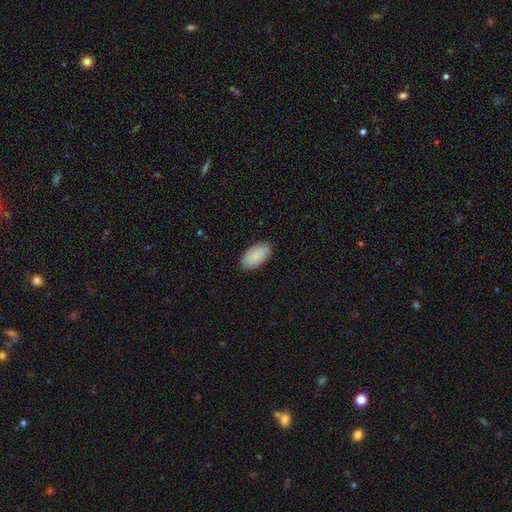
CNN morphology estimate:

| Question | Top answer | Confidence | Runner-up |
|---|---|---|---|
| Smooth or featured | smooth | 88% | featured or disk (6%) |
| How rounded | in between | 95% | cigar-shaped (3%) |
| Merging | none | 87% | minor disturbance (10%) |